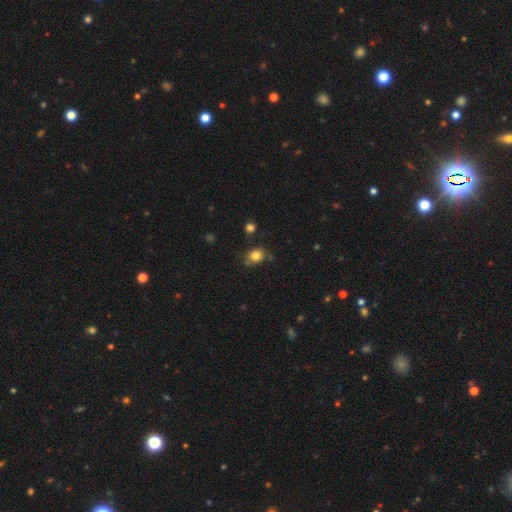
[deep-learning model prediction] smooth 82%, star or artifact 11%, featured or disk 7%. Down the decision tree: how rounded — round (57%); merging — none (70%).